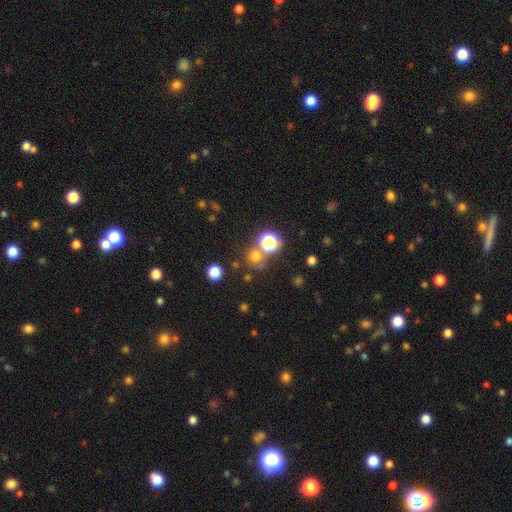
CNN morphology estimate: A smooth galaxy with no disk features (66%) that is round (90%). Merging: none (69%).